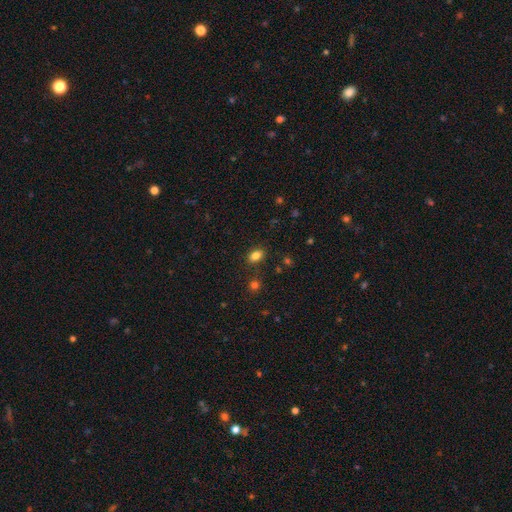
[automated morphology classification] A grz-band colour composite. It shows a smooth galaxy with no disk features (83%) that is in between round and cigar-shaped (81%). Merging: none (83%).